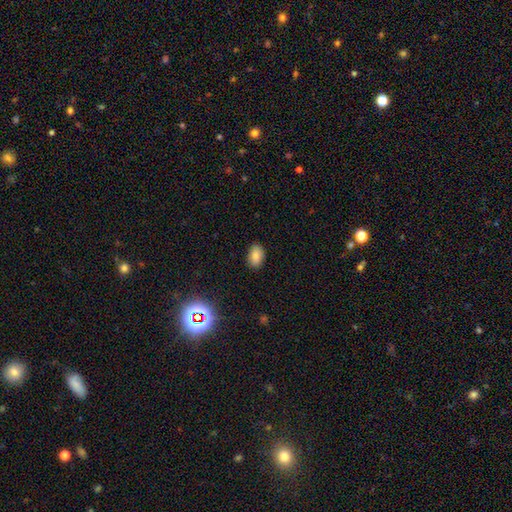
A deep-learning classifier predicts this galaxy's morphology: smooth_or_featured: smooth (p=0.84) [alt: star or artifact p=0.10]
how_rounded: in between (p=0.87) [alt: round p=0.11]
merging: none (p=0.87) [alt: minor disturbance p=0.10]